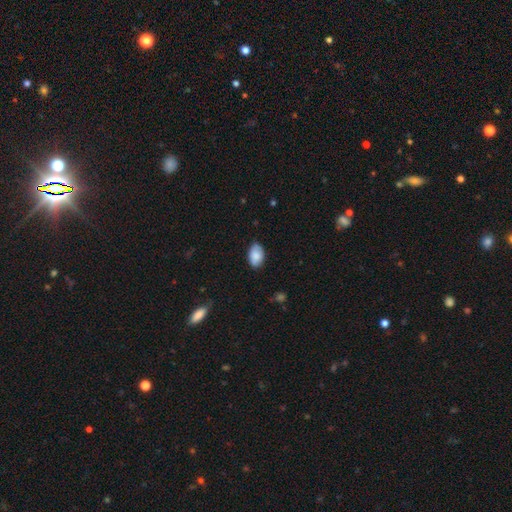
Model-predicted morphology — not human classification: Overall: smooth (83%). How rounded: in between (90%). Merging: none (79%).